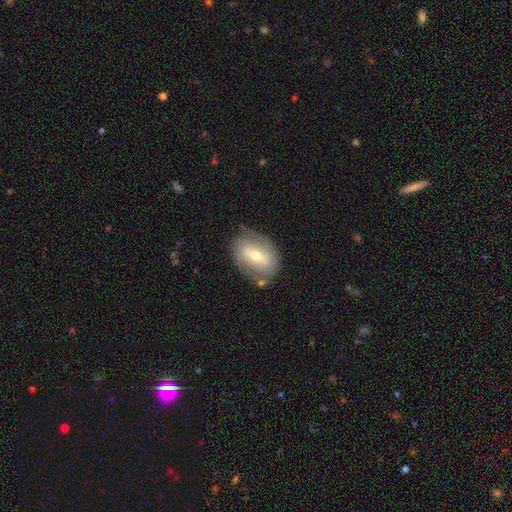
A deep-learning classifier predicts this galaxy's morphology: Q: Smooth or featured?
A: featured or disk (60%); runner-up: smooth (33%)
Q: Edge-on disk?
A: no (92%); runner-up: yes (8%)
Q: Bar?
A: weak (43%); runner-up: strong (33%)
Q: Spiral arms?
A: yes (56%); runner-up: no (44%)
Q: Bulge size?
A: moderate (63%); runner-up: small (31%)
Q: Merging?
A: none (67%); runner-up: minor disturbance (21%)